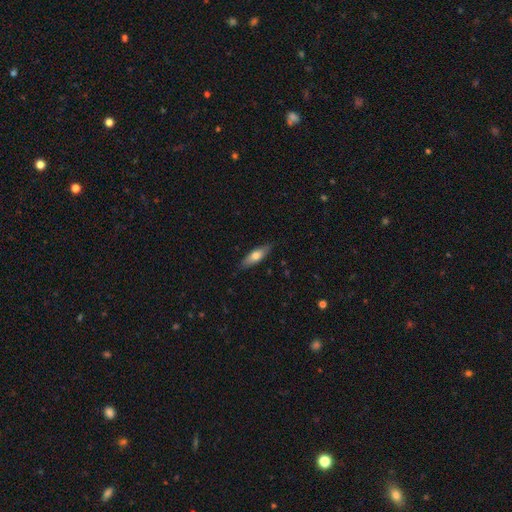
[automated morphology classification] smooth 63%, featured or disk 31%, star or artifact 6%. Down the decision tree: how rounded — cigar-shaped (51%); merging — none (86%).